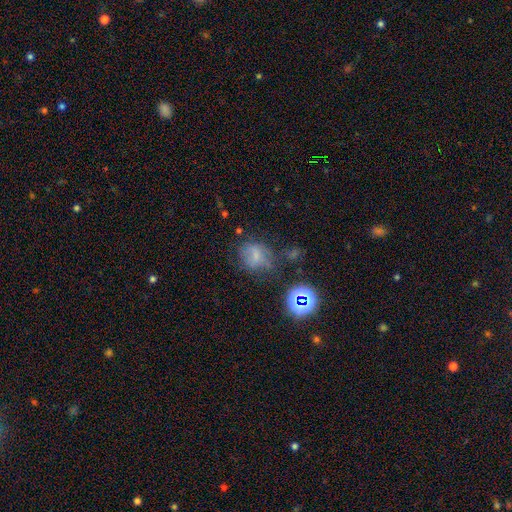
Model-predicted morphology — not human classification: type=smooth (55%); roundness=round (59%); merging=none (50%).